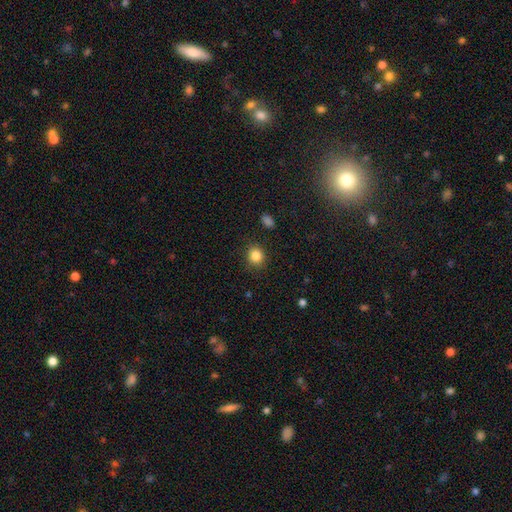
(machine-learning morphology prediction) The model was most divided on "how rounded": round: 78%, in between: 21%, cigar-shaped: 1%. More confident: merging — none (87%); smooth or featured — smooth (85%).